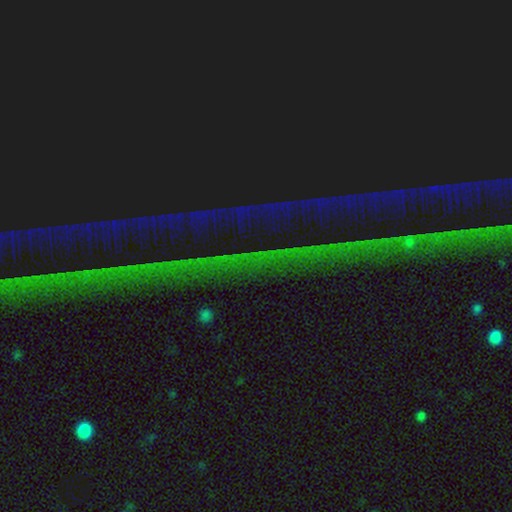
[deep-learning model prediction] Q: Smooth or featured?
A: star or artifact (87%); runner-up: featured or disk (7%)